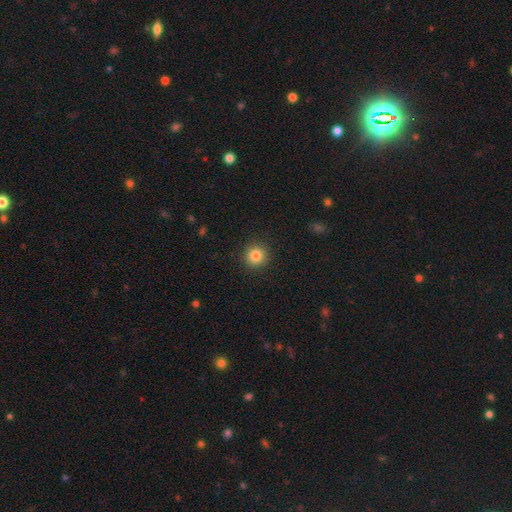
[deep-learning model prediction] The model was most divided on "smooth or featured": smooth: 84%, star or artifact: 11%, featured or disk: 5%. More confident: how rounded — round (94%); merging — none (92%).